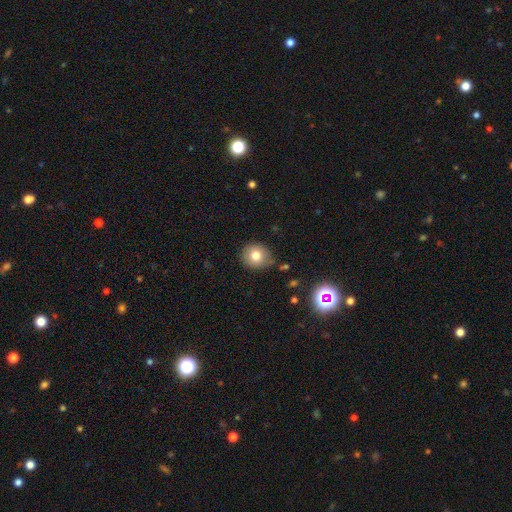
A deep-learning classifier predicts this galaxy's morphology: This is likely a smooth galaxy (79%). How rounded: clearly round (84%). Merging: likely none (78%).